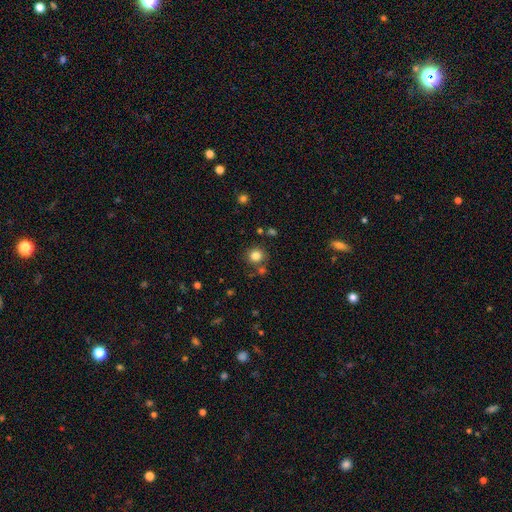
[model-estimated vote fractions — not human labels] Smooth or featured: smooth — 82% (star or artifact — 12%)
How rounded: round — 91% (in between — 8%)
Merging: none — 79% (merger — 10%)